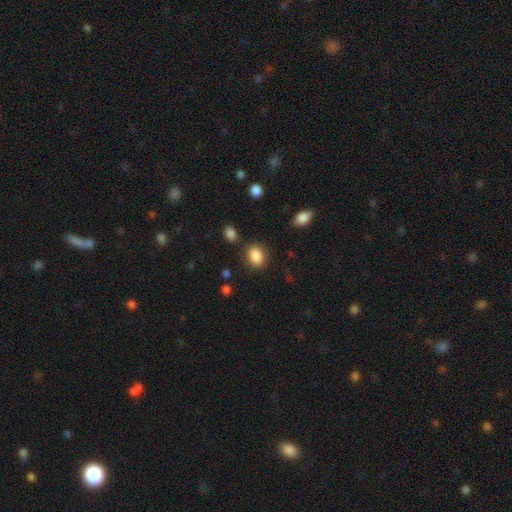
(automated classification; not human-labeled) The model was most divided on "how rounded": in between: 65%, round: 33%, cigar-shaped: 1%. More confident: smooth or featured — smooth (88%); merging — none (78%).